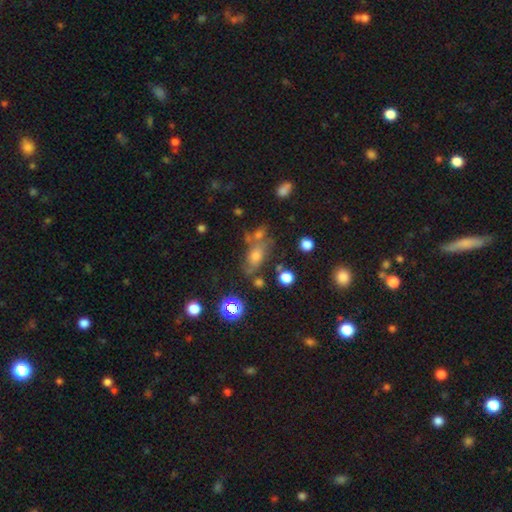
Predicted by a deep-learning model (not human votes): Smooth or featured: smooth — 53% (featured or disk — 24%)
How rounded: in between — 69% (round — 20%)
Merging: none — 52% (minor disturbance — 19%)